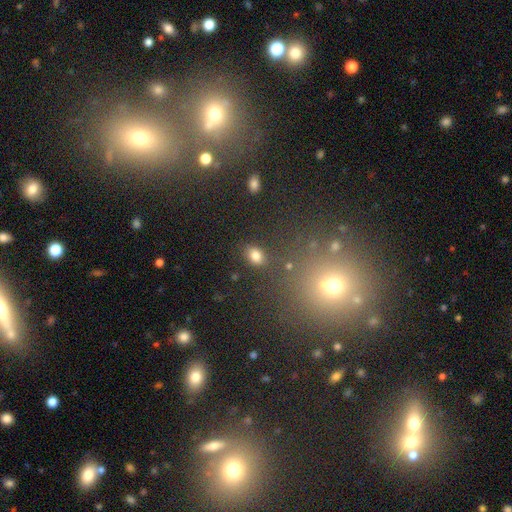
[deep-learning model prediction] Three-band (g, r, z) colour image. It shows a smooth galaxy with no disk features (81%) that is in between round and cigar-shaped (72%). Merging: none (81%).